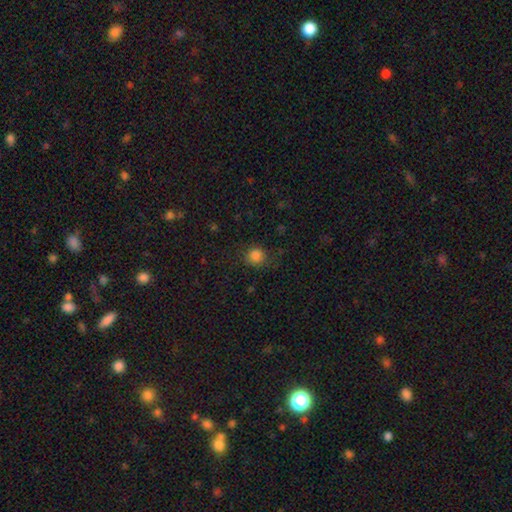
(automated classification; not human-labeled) Q: Smooth or featured?
A: smooth (84%); runner-up: star or artifact (12%)
Q: How rounded?
A: round (86%); runner-up: in between (13%)
Q: Merging?
A: none (78%); runner-up: minor disturbance (15%)